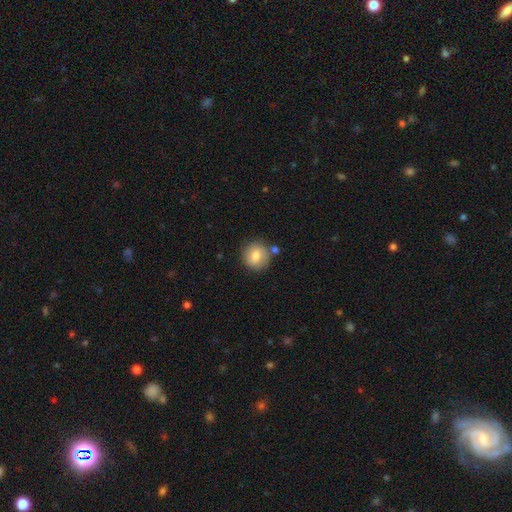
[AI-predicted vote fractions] Morphology: type=smooth (79%); roundness=round (91%); merging=none (79%).